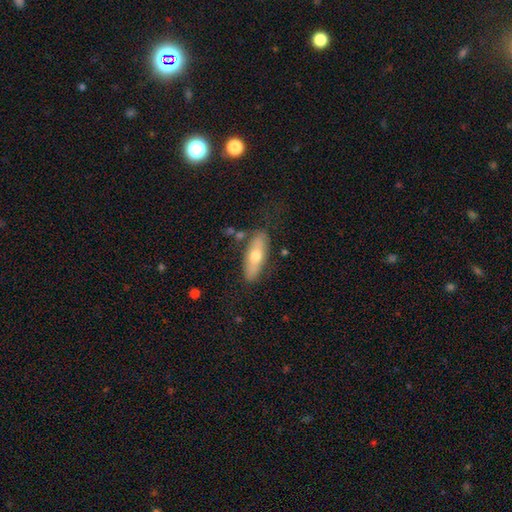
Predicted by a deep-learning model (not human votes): Q: Smooth or featured?
A: smooth (56%); runner-up: featured or disk (38%)
Q: How rounded?
A: in between (62%); runner-up: cigar-shaped (36%)
Q: Merging?
A: none (76%); runner-up: minor disturbance (16%)